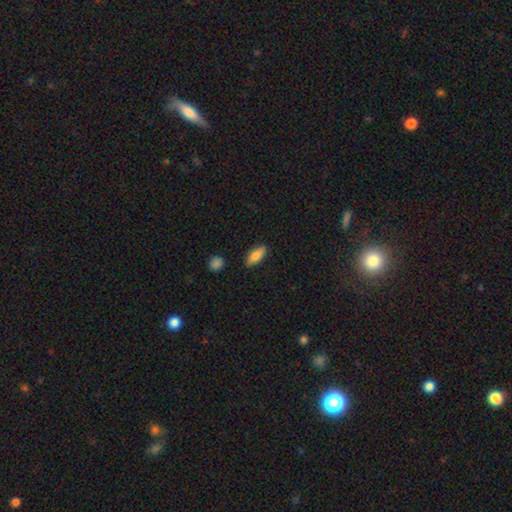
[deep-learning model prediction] This appears to be a smooth galaxy with no disk features (80%) that is in between round and cigar-shaped (76%). Merging: none (86%).